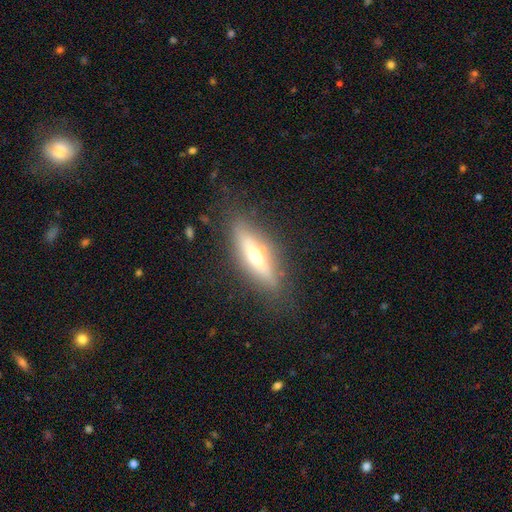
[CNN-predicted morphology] A featured or disk galaxy (57%) viewed edge-on (85%).

Vote fractions:
- Smooth or featured? featured or disk: 57% / smooth: 35% / star or artifact: 8%
- Edge-on disk? yes: 85% / no: 15%
- Merging? none: 78% / minor disturbance: 13% / major disturbance: 5% / merger: 4%